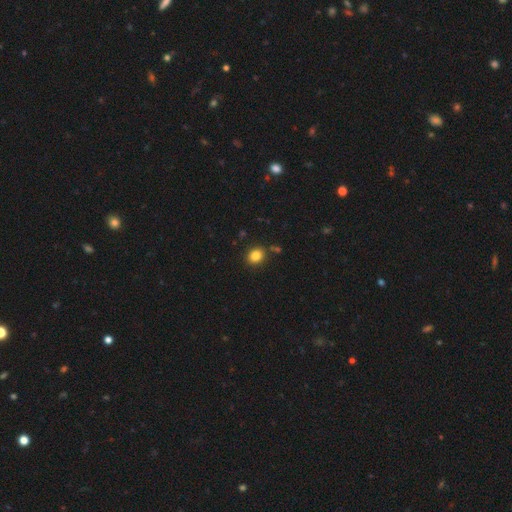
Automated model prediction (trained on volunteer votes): Morphology: type=smooth (84%); roundness=round (62%); merging=none (85%).